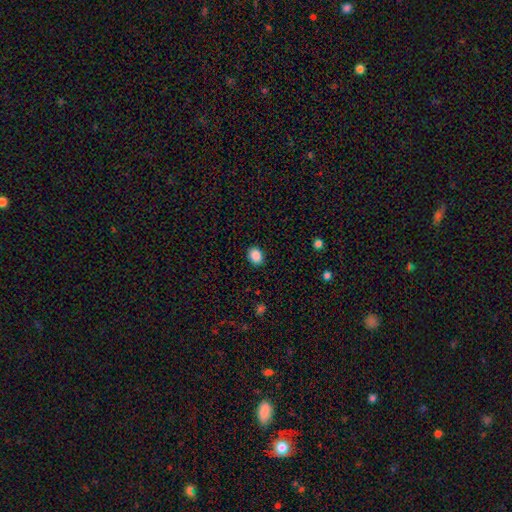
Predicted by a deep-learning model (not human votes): A smooth galaxy with no disk features (88%) that is in between round and cigar-shaped (52%). Merging: none (90%).